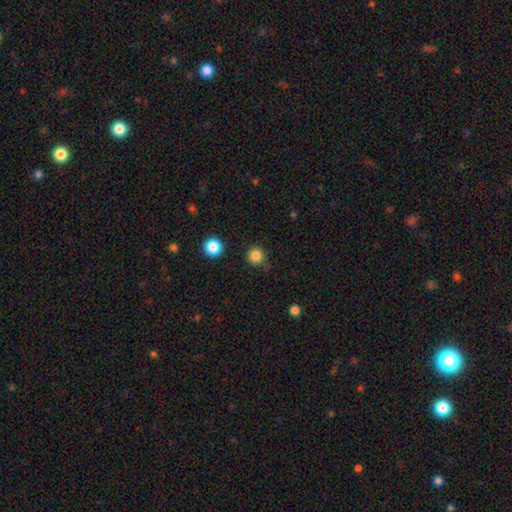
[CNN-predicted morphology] Smooth or featured? smooth (83%)
How rounded? round (94%)
Merging? none (75%)